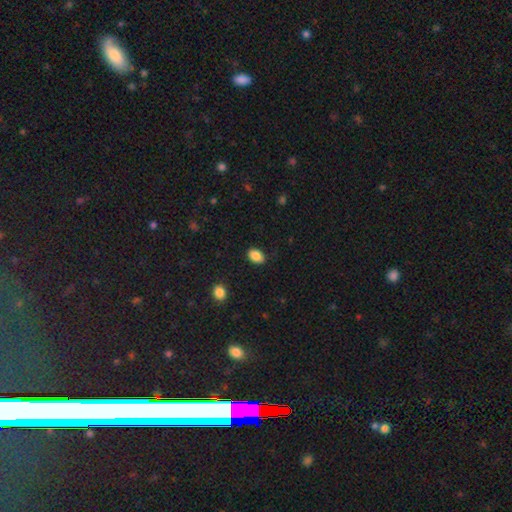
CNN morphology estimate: A smooth galaxy with no disk features (88%) that is in between round and cigar-shaped (83%). Merging: none (87%).